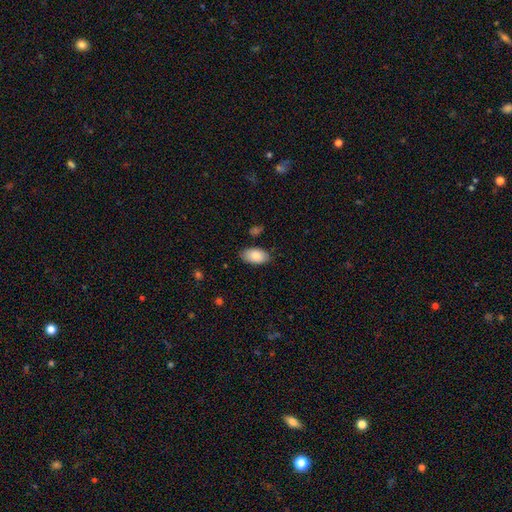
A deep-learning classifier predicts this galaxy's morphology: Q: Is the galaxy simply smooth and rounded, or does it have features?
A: smooth — 85%.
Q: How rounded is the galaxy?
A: in between — 94%.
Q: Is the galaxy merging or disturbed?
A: none — 82%.